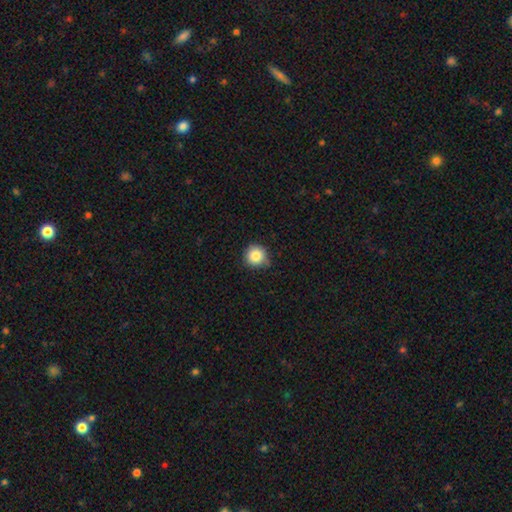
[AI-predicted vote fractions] The model was most divided on "merging": none: 74%, minor disturbance: 21%, major disturbance: 3%, merger: 1%. More confident: how rounded — round (93%); smooth or featured — smooth (85%).